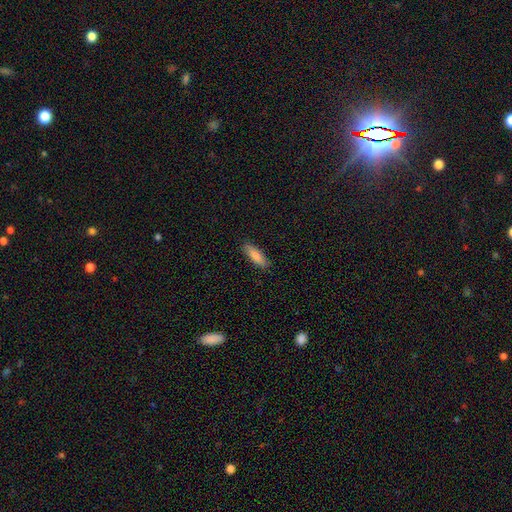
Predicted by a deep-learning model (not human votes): Overall: smooth (84%). How rounded: cigar-shaped (51%; in between 48%). Merging: none (88%).